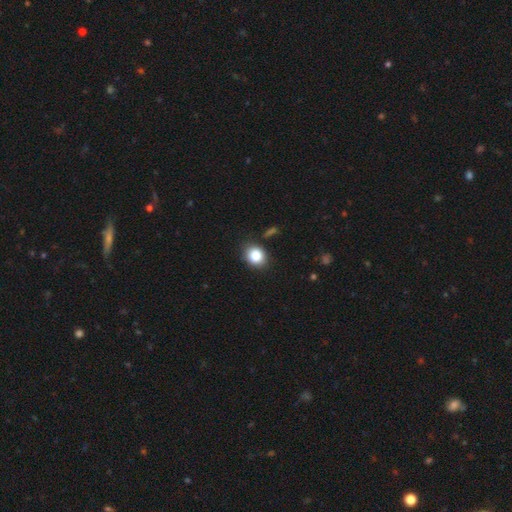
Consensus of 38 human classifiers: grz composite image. It shows a smooth galaxy with no disk features (84%) that is round (50%, tied with in between). Merging: none (83%).